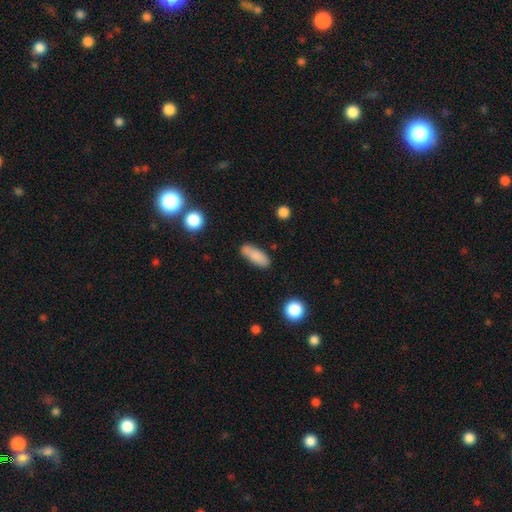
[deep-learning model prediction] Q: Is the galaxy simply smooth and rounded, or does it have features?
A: smooth — 84%.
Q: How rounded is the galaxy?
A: in between — 66%.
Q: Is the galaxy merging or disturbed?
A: none — 75%.